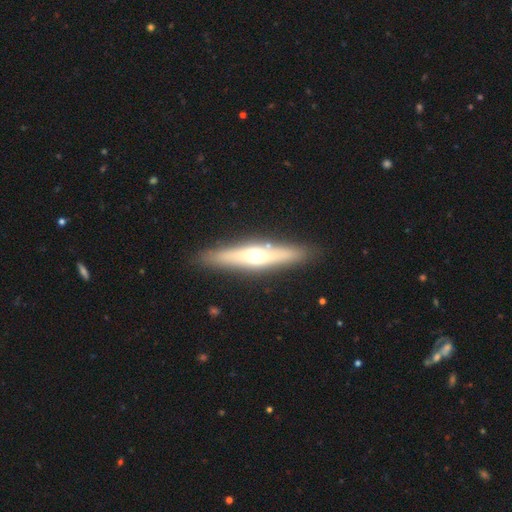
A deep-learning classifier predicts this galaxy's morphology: smooth_or_featured: featured or disk (p=0.62) [alt: smooth p=0.33]
disk_edge_on: yes (p=0.86) [alt: no p=0.14]
edge_on_bulge: rounded (p=0.88) [alt: none p=0.08]
merging: none (p=0.87) [alt: minor disturbance p=0.09]